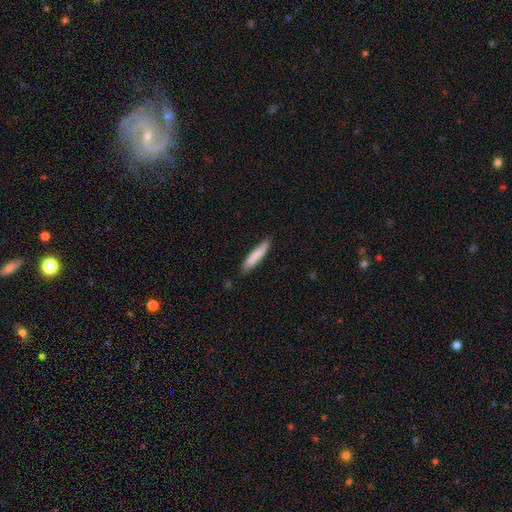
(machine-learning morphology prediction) smooth-or-featured: smooth: 82% | featured or disk: 13% | star or artifact: 5%
  how-rounded: cigar-shaped: 87% | in between: 11% | round: 1%
  merging: none: 82% | minor disturbance: 15% | major disturbance: 2% | merger: 1%